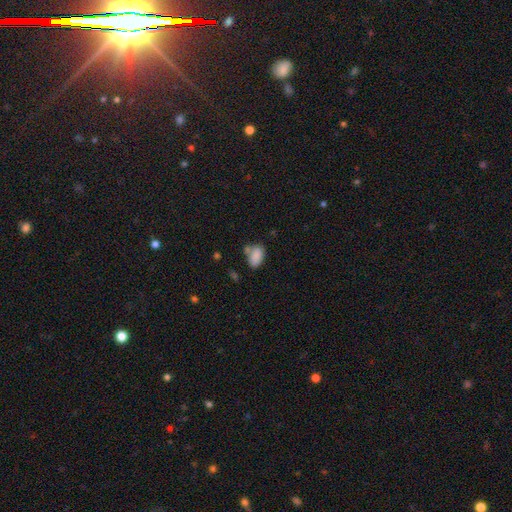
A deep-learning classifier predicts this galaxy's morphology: smooth 85%, star or artifact 9%, featured or disk 7%. Down the decision tree: how rounded — in between (91%); merging — none (53%).